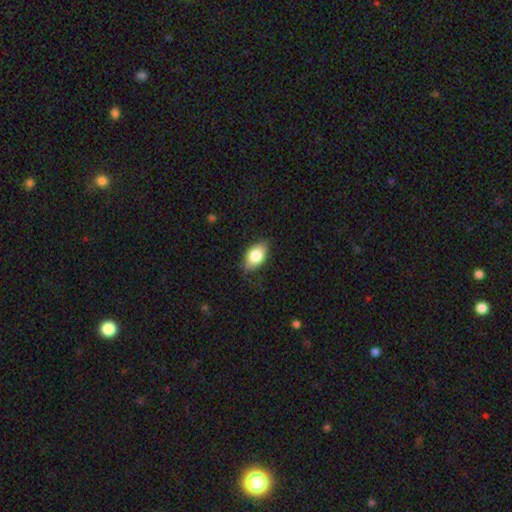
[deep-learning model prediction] Smooth or featured?
  - smooth: 80% *
  - featured or disk: 13%
  - star or artifact: 7%
How rounded?
  - in between: 90% *
  - round: 7%
  - cigar-shaped: 2%
Merging?
  - none: 82% *
  - minor disturbance: 14%
  - major disturbance: 3%
  - merger: 1%